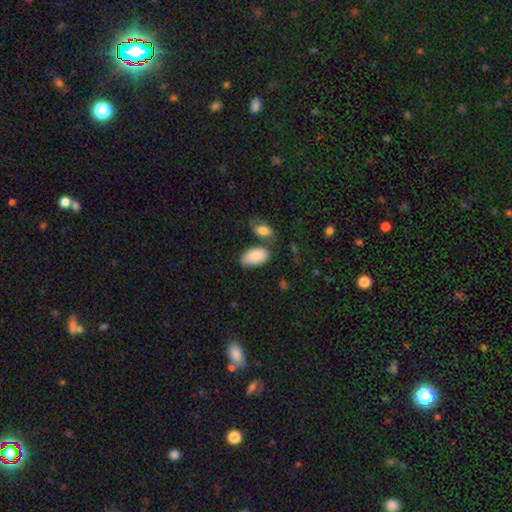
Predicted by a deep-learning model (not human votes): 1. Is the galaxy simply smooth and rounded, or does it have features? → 87% smooth, 7% featured or disk, 6% star or artifact.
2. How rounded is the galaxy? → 95% in between, 3% round, 2% cigar-shaped.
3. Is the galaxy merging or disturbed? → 60% none, 20% minor disturbance, 14% merger, 5% major disturbance.